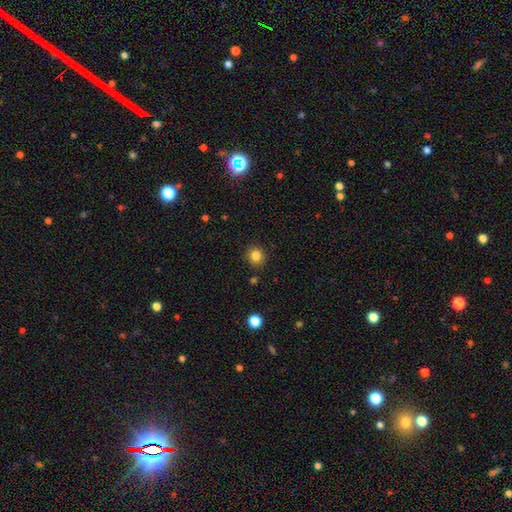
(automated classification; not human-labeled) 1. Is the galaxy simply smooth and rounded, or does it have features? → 83% smooth, 12% star or artifact, 6% featured or disk.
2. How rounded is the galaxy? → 84% round, 15% in between, 1% cigar-shaped.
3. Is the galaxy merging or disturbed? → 88% none, 8% minor disturbance, 2% merger, 2% major disturbance.